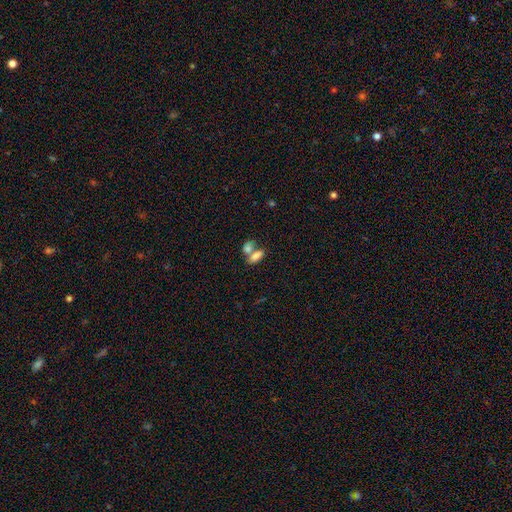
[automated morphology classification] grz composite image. It shows a smooth galaxy with no disk features (80%) that is in between round and cigar-shaped (86%). Merging: merger (59%).